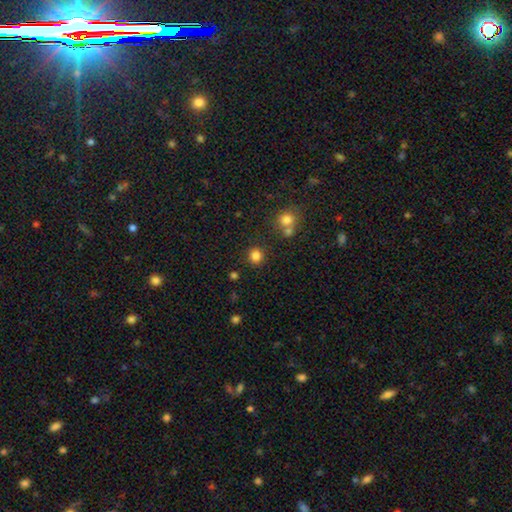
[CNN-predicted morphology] smooth-or-featured: smooth: 83% | star or artifact: 13% | featured or disk: 4%
  how-rounded: round: 86% | in between: 13% | cigar-shaped: 1%
  merging: none: 84% | minor disturbance: 7% | merger: 5% | major disturbance: 3%